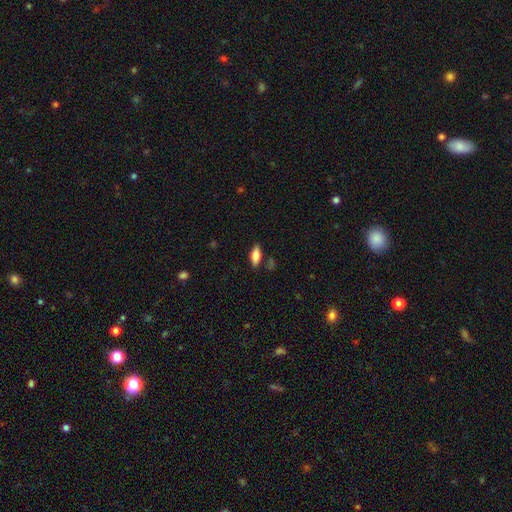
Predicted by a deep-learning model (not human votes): A smooth galaxy with no disk features (79%) that is in between round and cigar-shaped (78%). Merging: none (81%).